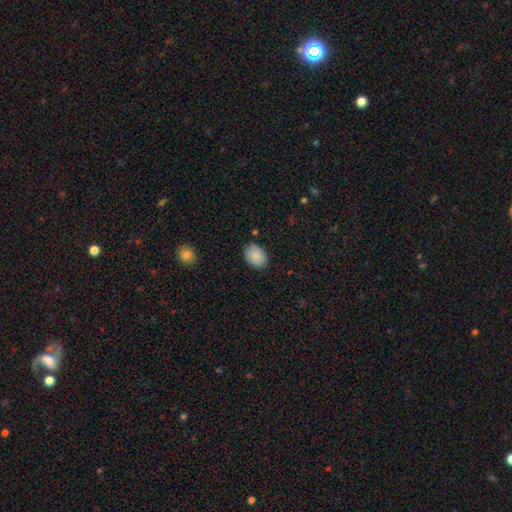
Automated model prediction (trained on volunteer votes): This appears to be a smooth galaxy with no disk features (87%) that is in between round and cigar-shaped (71%). Merging: none (83%).